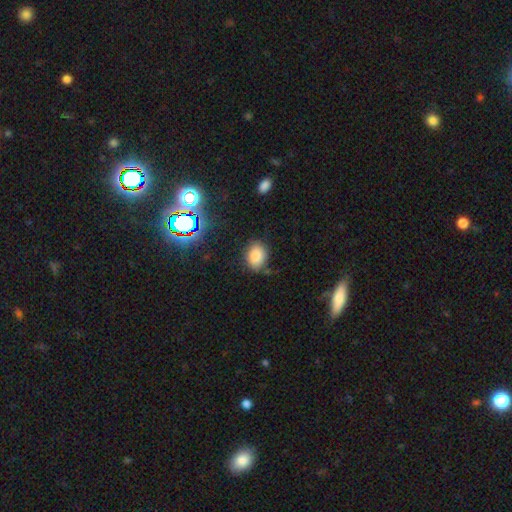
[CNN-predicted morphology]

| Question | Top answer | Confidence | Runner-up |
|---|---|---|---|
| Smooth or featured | smooth | 83% | star or artifact (12%) |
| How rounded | in between | 62% | round (37%) |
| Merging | none | 74% | minor disturbance (18%) |